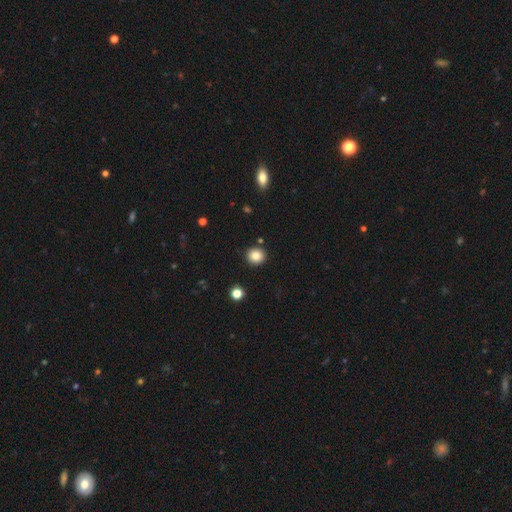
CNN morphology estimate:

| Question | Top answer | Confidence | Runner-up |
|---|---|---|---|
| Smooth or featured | smooth | 84% | star or artifact (10%) |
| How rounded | round | 89% | in between (10%) |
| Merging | none | 89% | minor disturbance (6%) |